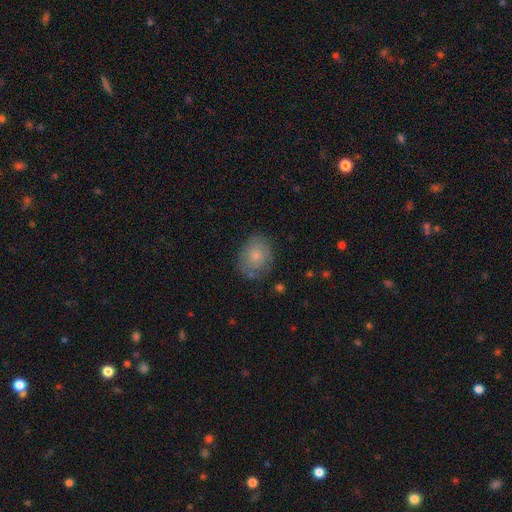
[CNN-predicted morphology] smooth_or_featured: smooth (p=0.69) [alt: featured or disk p=0.23]
how_rounded: round (p=0.52) [alt: in between p=0.47]
merging: none (p=0.76) [alt: minor disturbance p=0.18]